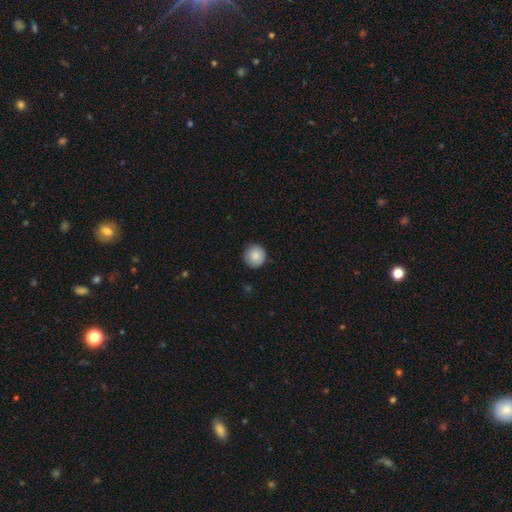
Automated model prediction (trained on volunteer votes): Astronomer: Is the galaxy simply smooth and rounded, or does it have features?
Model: smooth — 87%.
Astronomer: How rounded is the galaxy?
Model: round — 95%.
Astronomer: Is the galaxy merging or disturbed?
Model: none — 90%.